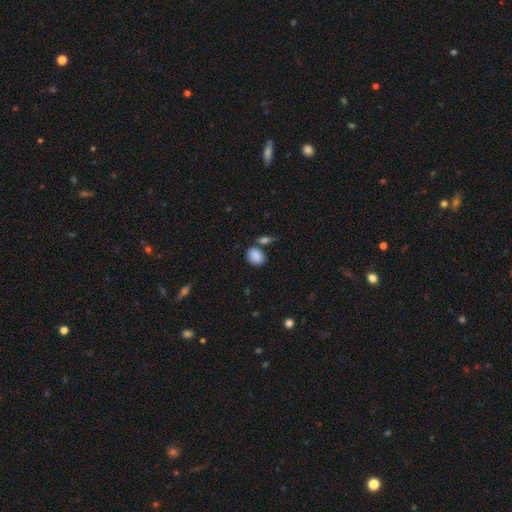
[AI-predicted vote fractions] smooth_or_featured: smooth (p=0.87) [alt: star or artifact p=0.07]
how_rounded: in between (p=0.63) [alt: round p=0.35]
merging: none (p=0.65) [alt: merger p=0.16]